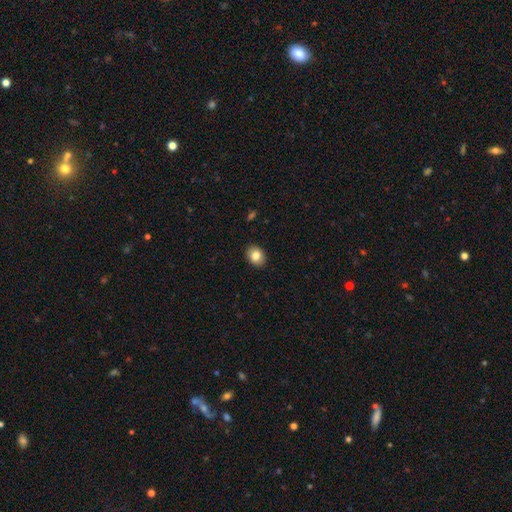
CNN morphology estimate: This appears to be a smooth galaxy with no disk features (83%) that is in between round and cigar-shaped (60%). Merging: none (91%).